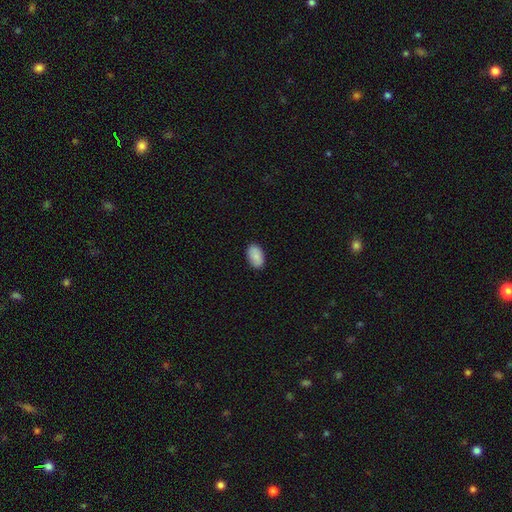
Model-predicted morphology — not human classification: type=smooth (88%); roundness=in between (93%); merging=none (88%).